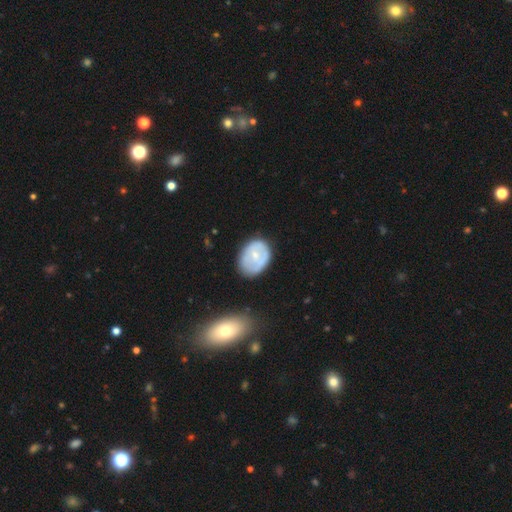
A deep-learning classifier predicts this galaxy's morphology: This is possibly a smooth galaxy (51%). How rounded: likely in between (67%). Merging: likely none (61%).